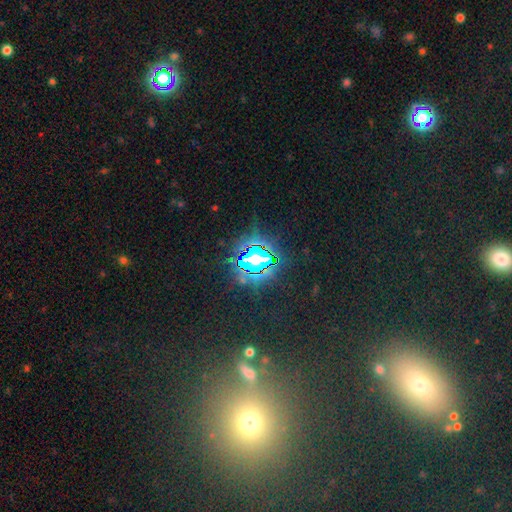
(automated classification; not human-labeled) star or artifact 70%, smooth 20%, featured or disk 11%.